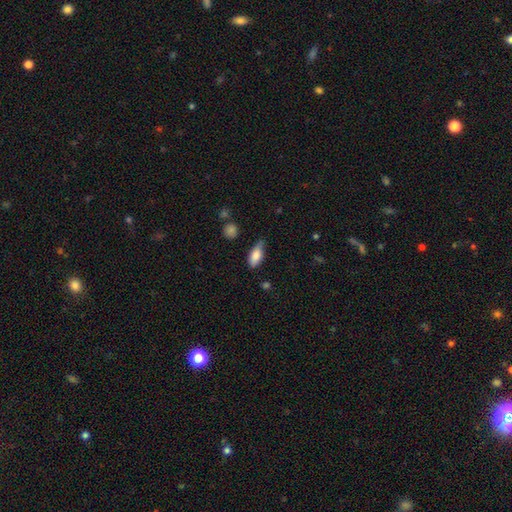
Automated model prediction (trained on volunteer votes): This appears to be a smooth galaxy with no disk features (81%) that is in between round and cigar-shaped (83%). Merging: none (52%).